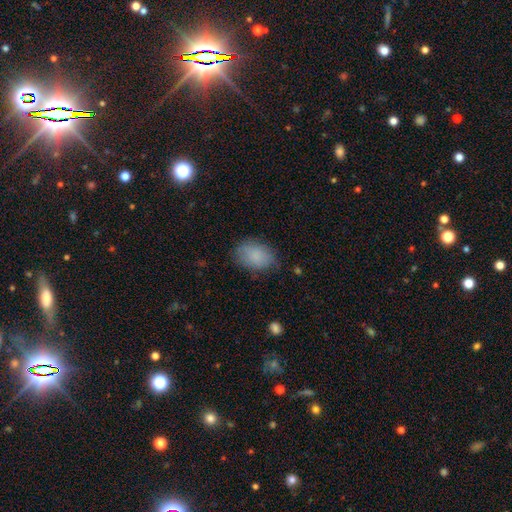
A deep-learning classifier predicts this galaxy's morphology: This is clearly a smooth galaxy (85%). How rounded: clearly in between (81%). Merging: likely none (73%).